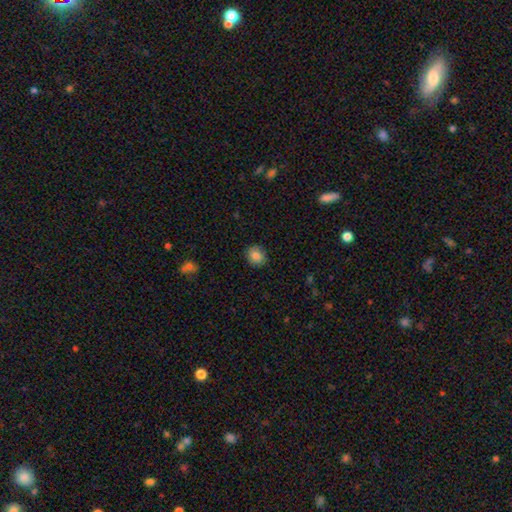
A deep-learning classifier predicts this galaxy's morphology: This is clearly a smooth galaxy (85%). How rounded: likely round (80%). Merging: clearly none (89%).